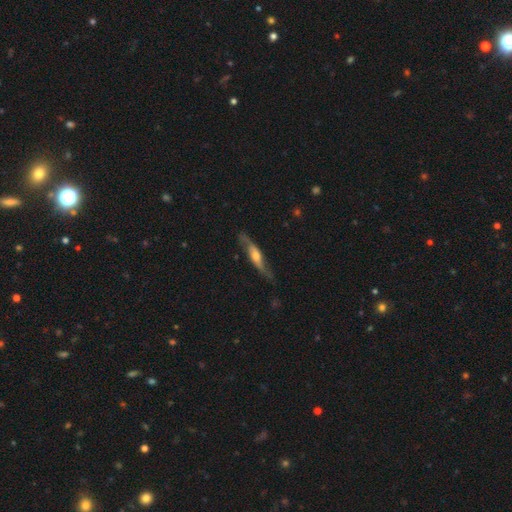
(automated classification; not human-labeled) Smooth or featured: featured or disk — 72% (smooth — 23%)
Edge-on disk: yes — 53% (no — 47%)
Merging: none — 73% (minor disturbance — 19%)